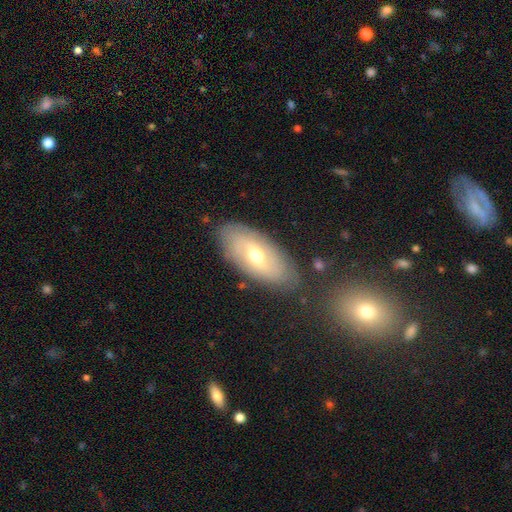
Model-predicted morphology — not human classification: A featured or disk galaxy (58%).

Vote fractions:
- Smooth or featured? featured or disk: 58% / smooth: 35% / star or artifact: 8%
- Edge-on disk? no: 86% / yes: 14%
- Merging? none: 80% / minor disturbance: 13% / merger: 3% / major disturbance: 3%